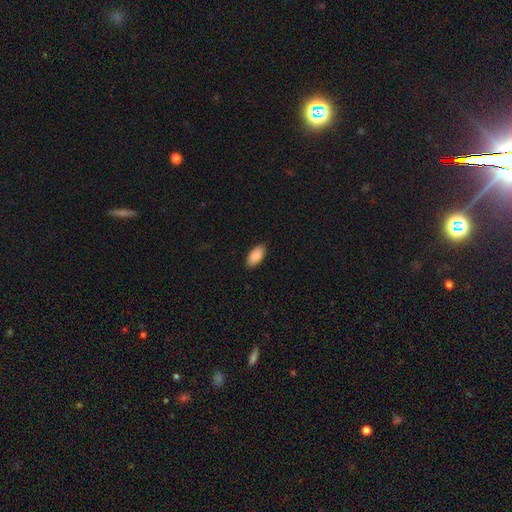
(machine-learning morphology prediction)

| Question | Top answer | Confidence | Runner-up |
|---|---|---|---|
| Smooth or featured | smooth | 88% | star or artifact (6%) |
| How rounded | in between | 92% | cigar-shaped (6%) |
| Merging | none | 89% | minor disturbance (8%) |